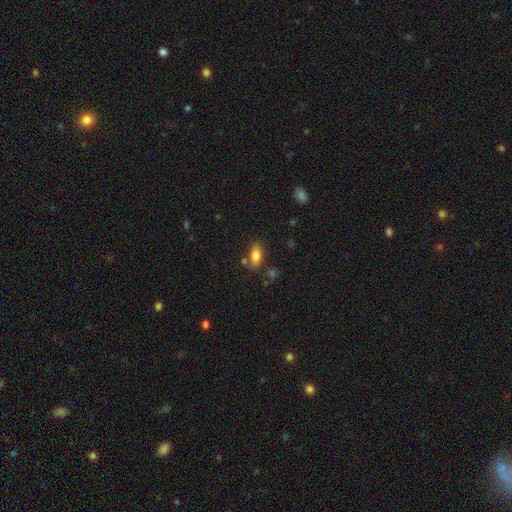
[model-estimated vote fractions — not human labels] This appears to be a smooth galaxy with no disk features (82%) that is in between round and cigar-shaped (88%). Merging: none (67%).